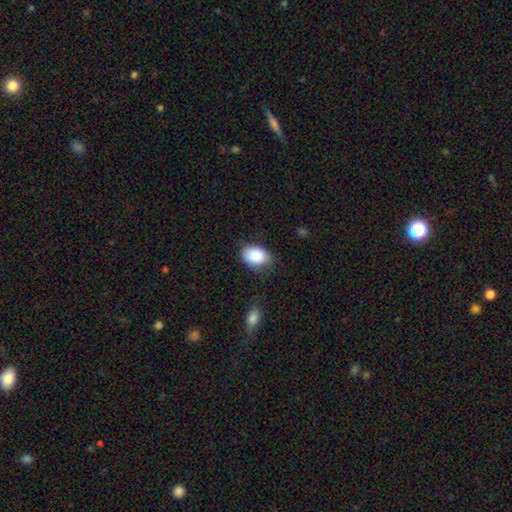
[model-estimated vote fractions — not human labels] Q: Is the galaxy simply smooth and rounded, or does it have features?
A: smooth — 88%.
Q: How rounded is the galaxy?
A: in between — 83%.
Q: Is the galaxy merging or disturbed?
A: none — 73%.